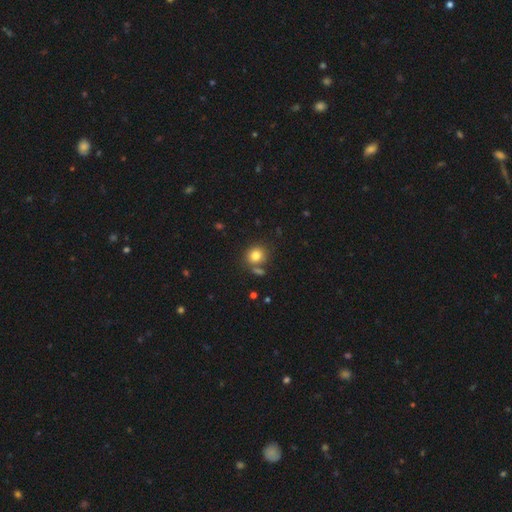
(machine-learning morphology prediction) Overall: smooth (81%). How rounded: round (76%). Merging: none (68%).